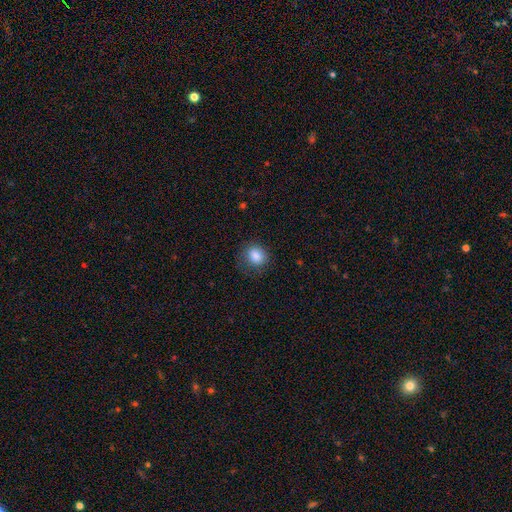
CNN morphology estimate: This is clearly a smooth galaxy (85%). How rounded: likely round (64%). Merging: likely none (76%).